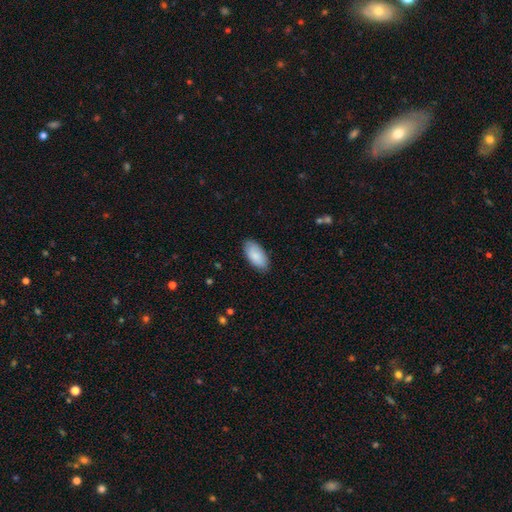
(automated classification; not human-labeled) A smooth galaxy with no disk features (86%) that is in between round and cigar-shaped (95%).

Vote fractions:
- Smooth or featured? smooth: 86% / featured or disk: 8% / star or artifact: 5%
- How rounded? in between: 95% / cigar-shaped: 4% / round: 2%
- Merging? none: 85% / minor disturbance: 12% / major disturbance: 2% / merger: 1%